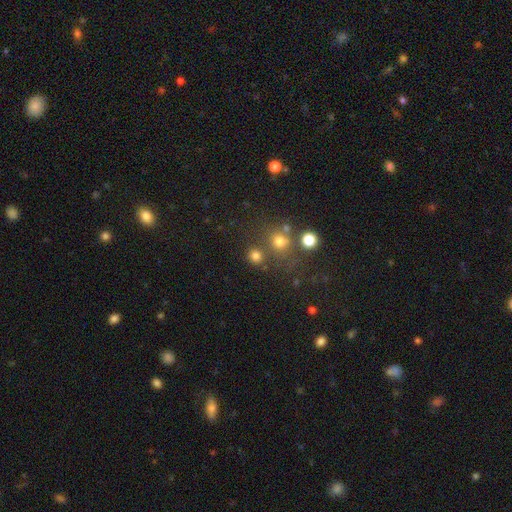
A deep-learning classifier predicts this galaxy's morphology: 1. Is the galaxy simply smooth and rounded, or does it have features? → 75% smooth, 18% star or artifact, 7% featured or disk.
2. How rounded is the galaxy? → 88% round, 11% in between, 1% cigar-shaped.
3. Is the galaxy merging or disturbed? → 71% none, 16% merger, 9% minor disturbance, 4% major disturbance.